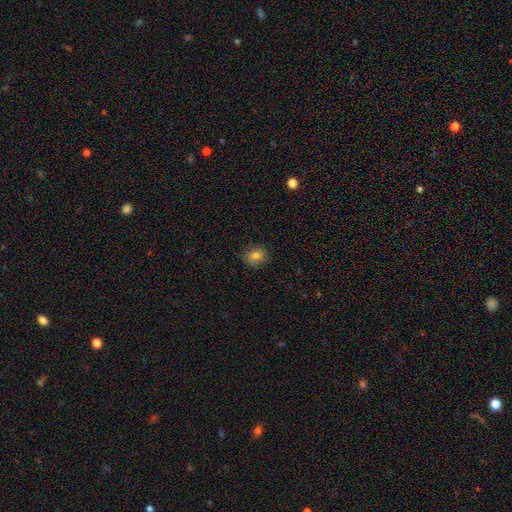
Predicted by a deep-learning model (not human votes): Overall: smooth (78%). How rounded: round (74%). Merging: none (84%).